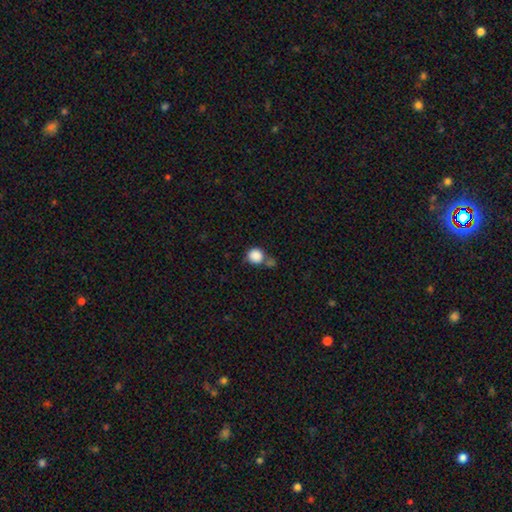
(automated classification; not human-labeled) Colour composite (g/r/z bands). It shows a smooth galaxy with no disk features (86%) that is round (89%). Merging: none (44%).